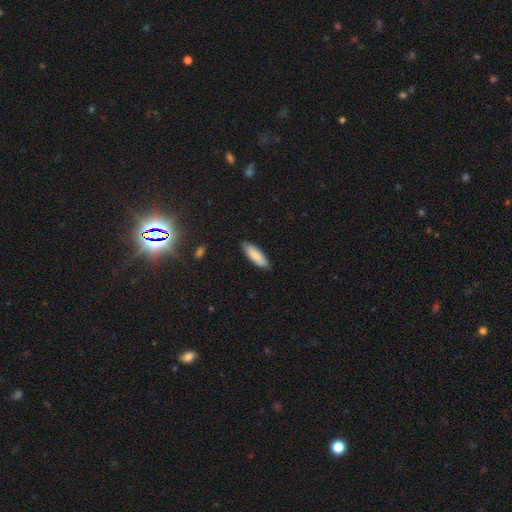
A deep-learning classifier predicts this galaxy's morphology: Smooth or featured? smooth (85%)
How rounded? in between (56%)
Merging? none (85%)